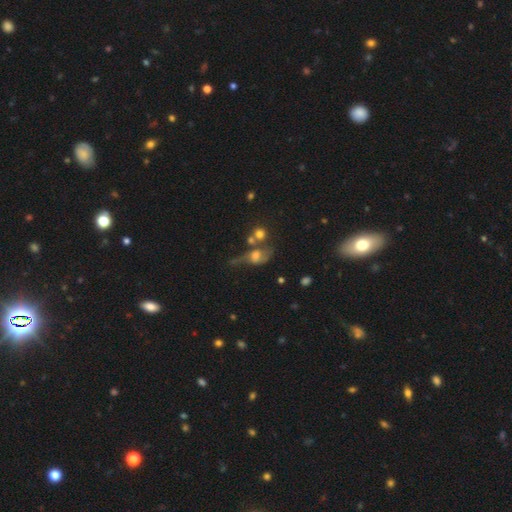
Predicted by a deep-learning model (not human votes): smooth-or-featured: featured or disk: 46% | smooth: 40% | star or artifact: 14%
  merging: merger: 28% | major disturbance: 27% | none: 26% | minor disturbance: 19%